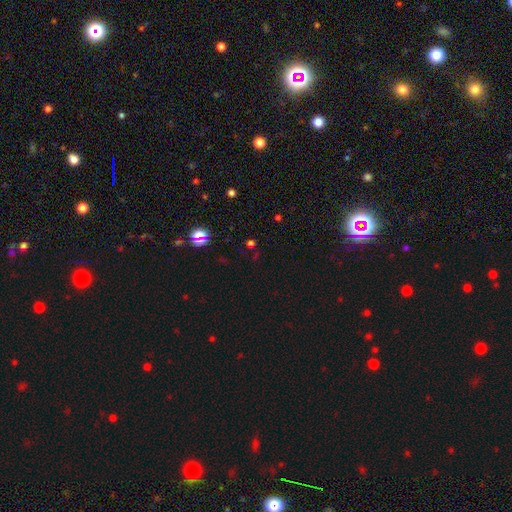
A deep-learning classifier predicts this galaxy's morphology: This is likely a star or artifact rather than a galaxy (67%).